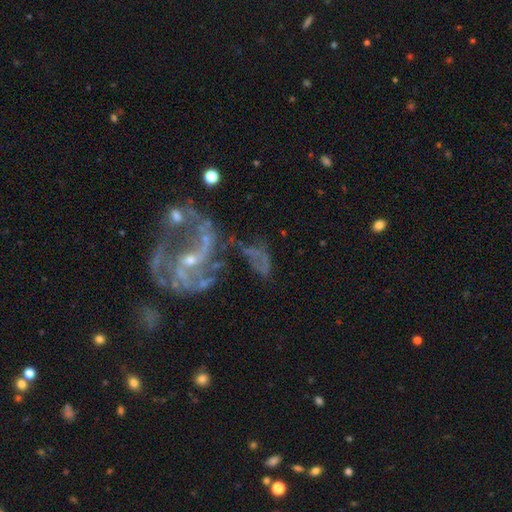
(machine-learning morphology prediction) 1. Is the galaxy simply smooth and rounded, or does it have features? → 79% featured or disk, 13% star or artifact, 9% smooth.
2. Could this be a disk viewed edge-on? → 98% no, 2% yes.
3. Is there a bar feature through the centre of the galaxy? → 48% no, 34% weak, 17% strong.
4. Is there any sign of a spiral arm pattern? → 83% yes, 17% no.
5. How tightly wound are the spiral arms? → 46% loose, 39% medium, 14% tight.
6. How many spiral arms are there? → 57% 2, 16% can't tell, 10% 3, 7% 1, 5% 4, 5% more than 4.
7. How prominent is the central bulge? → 63% small, 19% moderate, 15% none, 2% large, 1% dominant.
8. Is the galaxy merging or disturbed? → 34% major disturbance, 32% none, 18% merger, 16% minor disturbance.